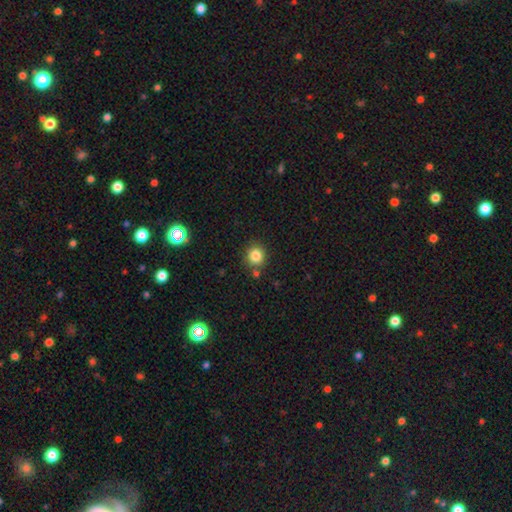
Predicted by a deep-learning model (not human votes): Smooth or featured? Predicted: smooth (p=0.83). How rounded? Predicted: round (p=0.89). Merging? Predicted: none (p=0.81).